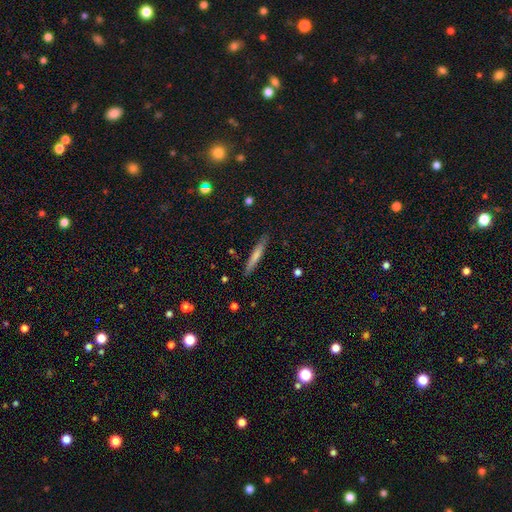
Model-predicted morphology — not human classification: smooth 67%, featured or disk 27%, star or artifact 6%. Down the decision tree: how rounded — cigar-shaped (94%); merging — none (87%).